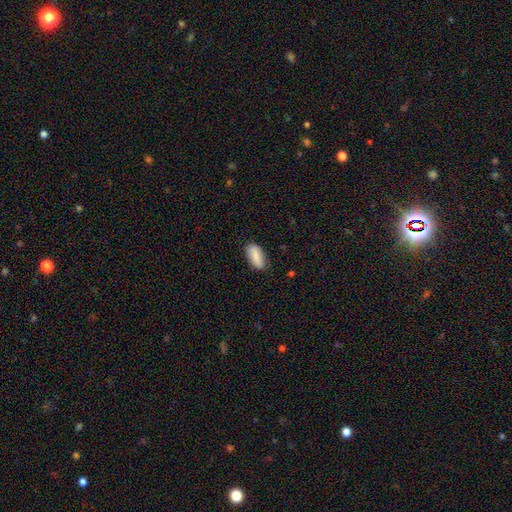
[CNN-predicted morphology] type=smooth (85%); roundness=in between (86%); merging=none (82%).